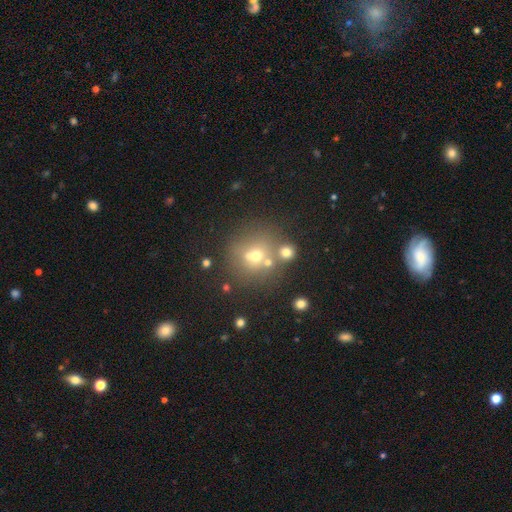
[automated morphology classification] Smooth or featured? smooth (57%)
How rounded? round (88%)
Merging? none (58%)